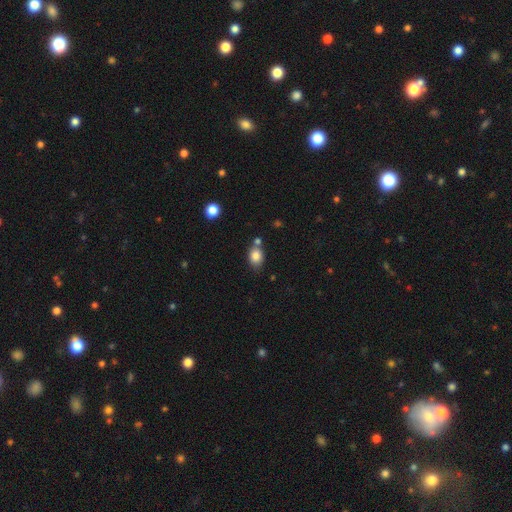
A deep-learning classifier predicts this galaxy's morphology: Smooth or featured: smooth — 83% (star or artifact — 10%)
How rounded: in between — 63% (round — 36%)
Merging: none — 64% (merger — 17%)